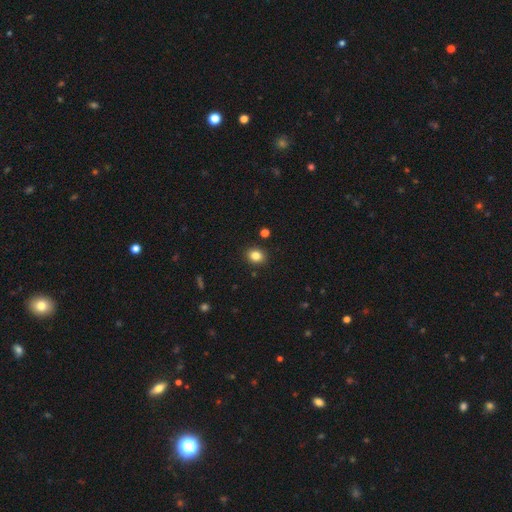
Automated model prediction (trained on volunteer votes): A smooth galaxy with no disk features (84%) that is round (56%). Merging: none (89%).